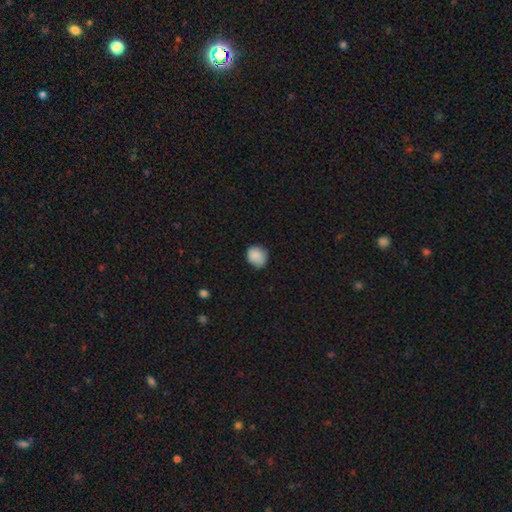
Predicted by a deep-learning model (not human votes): Smooth or featured? smooth (87%)
How rounded? round (76%)
Merging? none (77%)